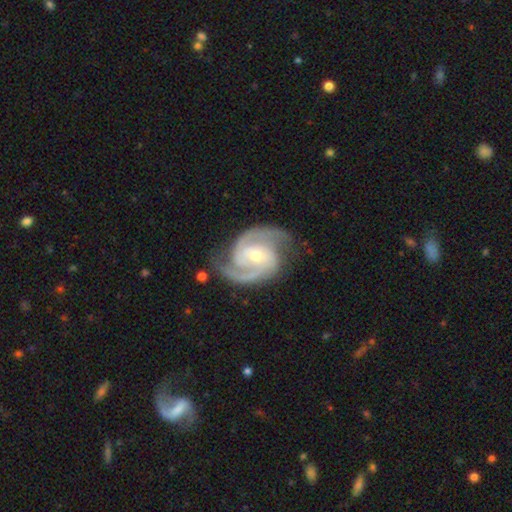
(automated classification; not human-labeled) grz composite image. It shows a featured or disk galaxy (93%) with no bar (47%), 2 (84%) medium (52%) spiral arms (99%) and a small central bulge (53%). Merging: none (78%).